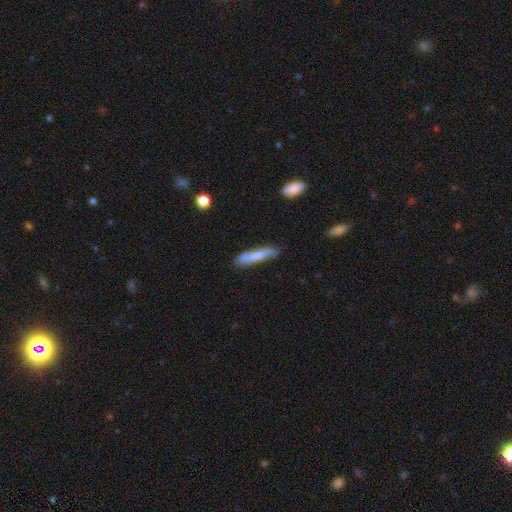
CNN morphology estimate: Overall: smooth (70%). How rounded: cigar-shaped (88%). Merging: none (78%).